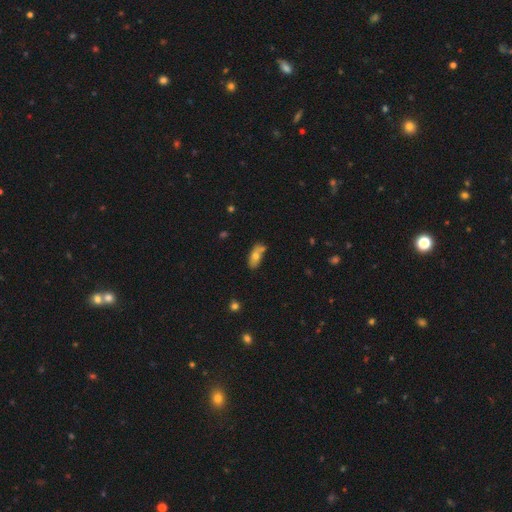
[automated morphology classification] This is likely a smooth galaxy (67%). How rounded: clearly in between (82%). Merging: possibly none (51%).